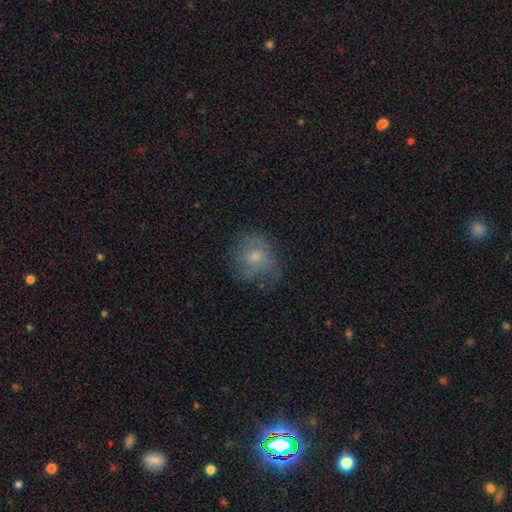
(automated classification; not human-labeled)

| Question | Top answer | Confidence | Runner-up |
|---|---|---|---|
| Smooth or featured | smooth | 49% | featured or disk (40%) |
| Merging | none | 63% | minor disturbance (24%) |